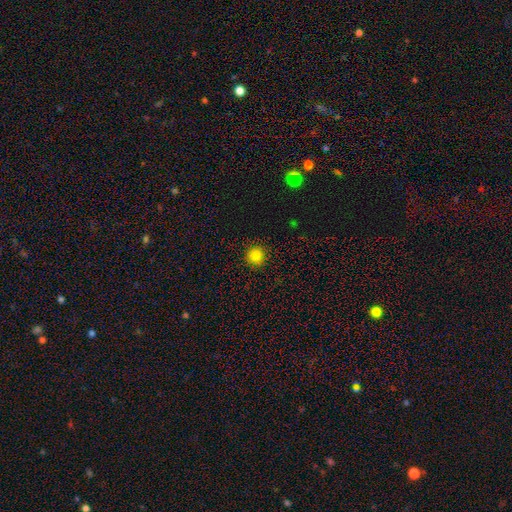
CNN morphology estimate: smooth_or_featured: smooth (p=0.82) [alt: star or artifact p=0.13]
how_rounded: round (p=0.94) [alt: in between p=0.05]
merging: none (p=0.92) [alt: minor disturbance p=0.06]